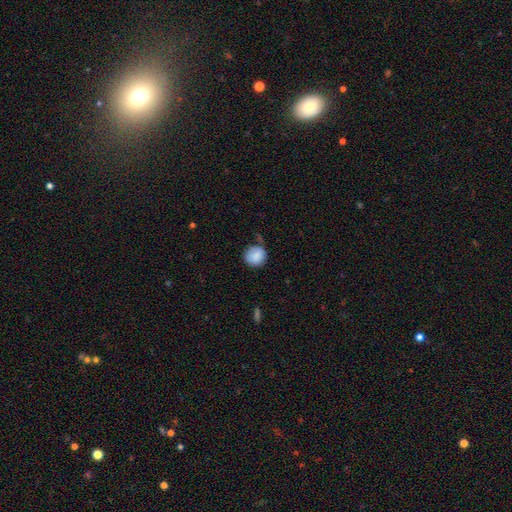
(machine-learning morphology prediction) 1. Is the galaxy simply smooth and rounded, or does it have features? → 85% smooth, 8% star or artifact, 7% featured or disk.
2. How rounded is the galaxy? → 86% round, 13% in between, 1% cigar-shaped.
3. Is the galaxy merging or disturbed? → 65% none, 25% minor disturbance, 6% major disturbance, 4% merger.